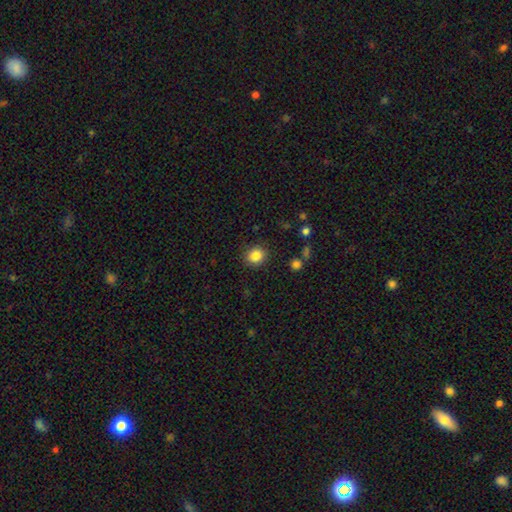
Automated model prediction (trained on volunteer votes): Smooth or featured: smooth — 85% (star or artifact — 10%)
How rounded: round — 81% (in between — 18%)
Merging: none — 89% (minor disturbance — 7%)